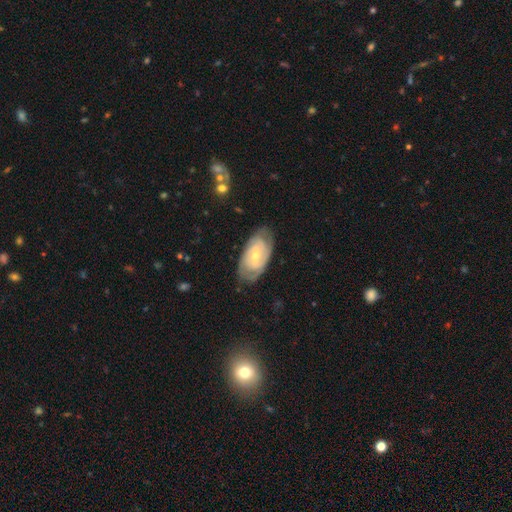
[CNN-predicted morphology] smooth_or_featured: featured or disk (p=0.75) [alt: smooth p=0.20]
disk_edge_on: no (p=0.94) [alt: yes p=0.06]
bar: no (p=0.51) [alt: weak p=0.39]
has_spiral_arms: yes (p=0.87) [alt: no p=0.13]
spiral_winding: tight (p=0.64) [alt: medium p=0.29]
spiral_arm_count: 2 (p=0.49) [alt: can't tell p=0.33]
bulge_size: small (p=0.54) [alt: moderate p=0.43]
merging: none (p=0.74) [alt: minor disturbance p=0.19]